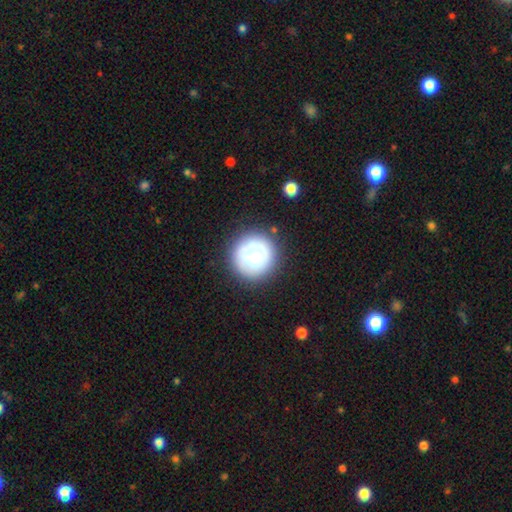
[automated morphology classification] smooth-or-featured: smooth: 57% | featured or disk: 36% | star or artifact: 8%
  how-rounded: round: 93% | in between: 6% | cigar-shaped: 1%
  merging: none: 74% | minor disturbance: 15% | major disturbance: 7% | merger: 4%